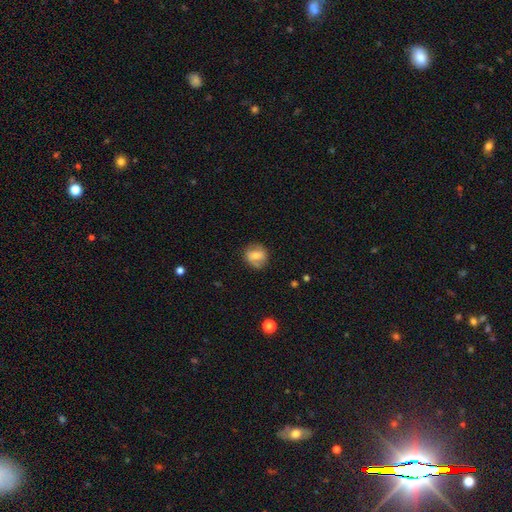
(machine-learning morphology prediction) This is likely a smooth galaxy (63%). How rounded: likely round (73%). Merging: likely none (71%).